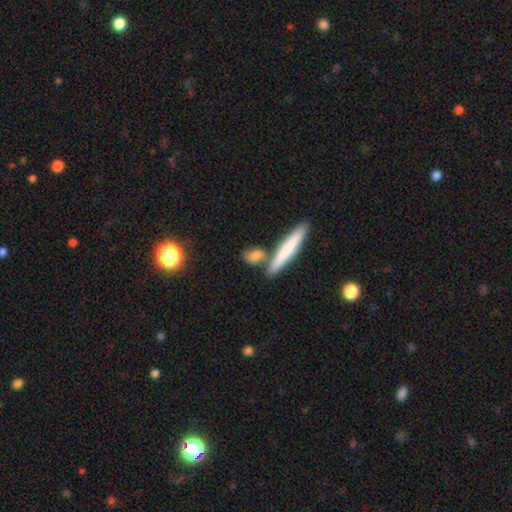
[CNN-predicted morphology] This is likely a smooth galaxy (71%). How rounded: possibly cigar-shaped (53%). Merging: likely none (61%).